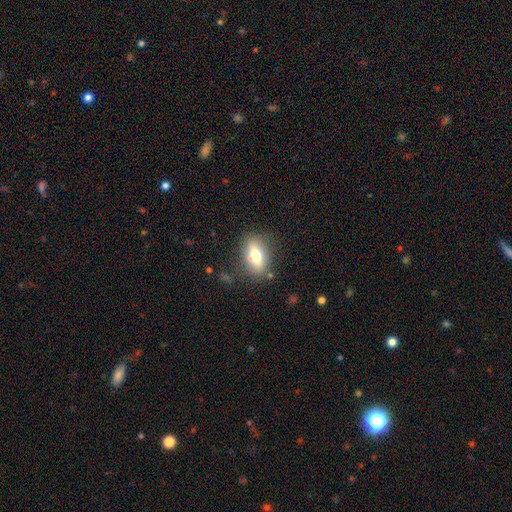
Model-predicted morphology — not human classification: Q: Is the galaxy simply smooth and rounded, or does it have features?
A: smooth — 62%.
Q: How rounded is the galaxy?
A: in between — 75%.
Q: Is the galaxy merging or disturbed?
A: none — 73%.